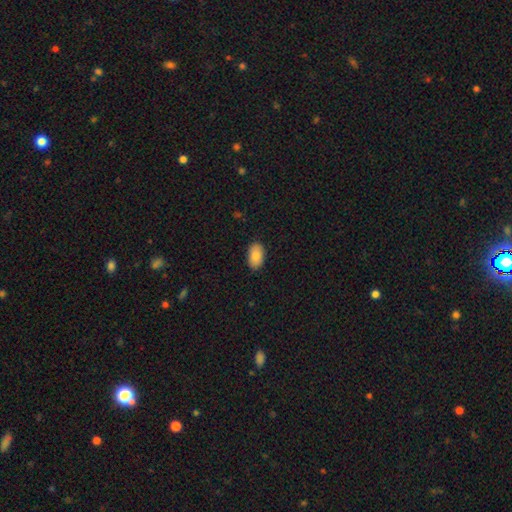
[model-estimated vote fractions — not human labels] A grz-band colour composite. It shows a smooth galaxy with no disk features (83%) that is in between round and cigar-shaped (92%). Merging: none (89%).